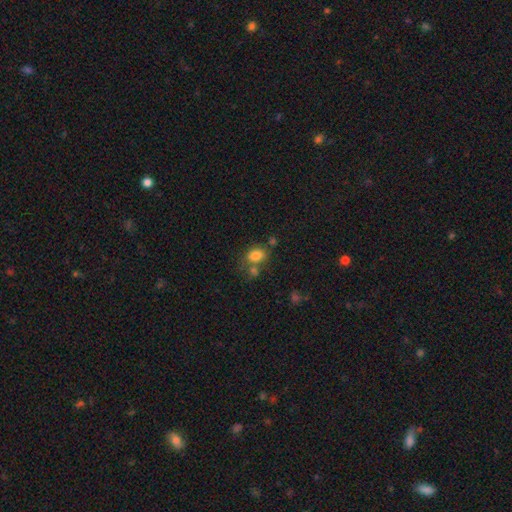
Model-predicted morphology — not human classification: Overall: smooth (81%). How rounded: in between (74%). Merging: none (57%; merger 22%).